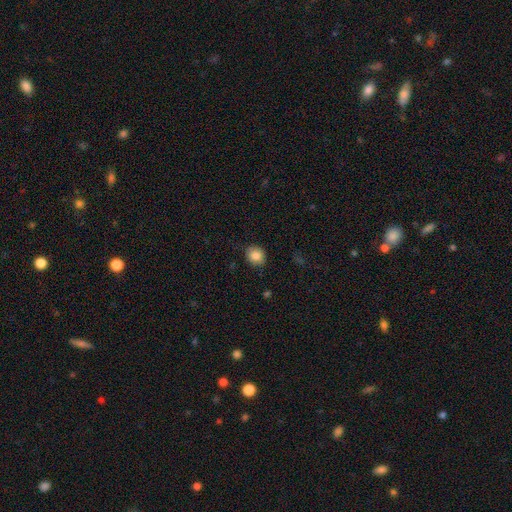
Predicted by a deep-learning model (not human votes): Morphology: type=smooth (85%); roundness=round (72%); merging=none (83%).